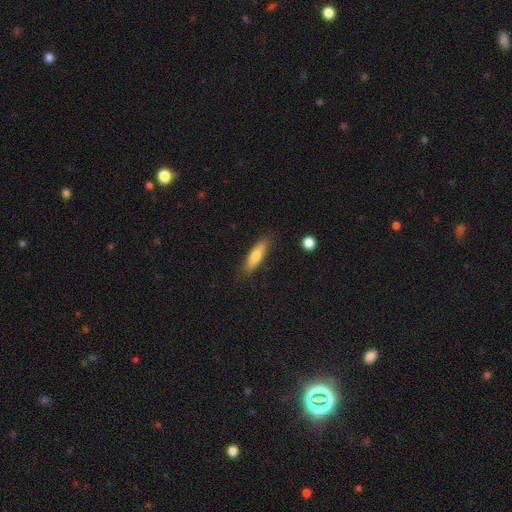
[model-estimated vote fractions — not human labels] Q: Smooth or featured?
A: smooth (68%); runner-up: featured or disk (25%)
Q: How rounded?
A: cigar-shaped (68%); runner-up: in between (30%)
Q: Merging?
A: none (84%); runner-up: minor disturbance (12%)